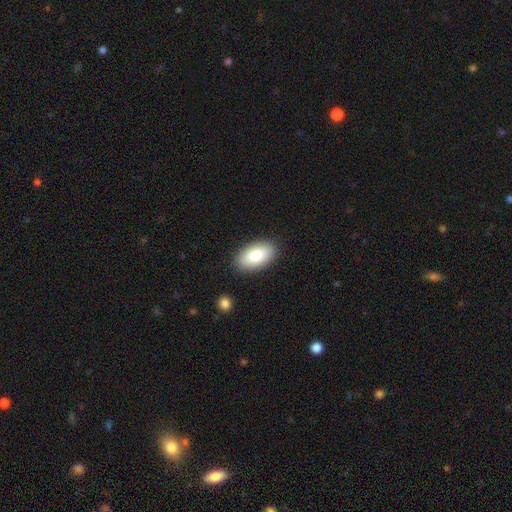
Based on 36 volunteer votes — Smooth or featured?
  - smooth: 78% *
  - featured or disk: 22%
  - star or artifact: 0%
How rounded?
  - in between: 96% *
  - round: 4%
  - cigar-shaped: 0%
Merging?
  - none: 86% *
  - minor disturbance: 14%
  - major disturbance: 0%
  - merger: 0%